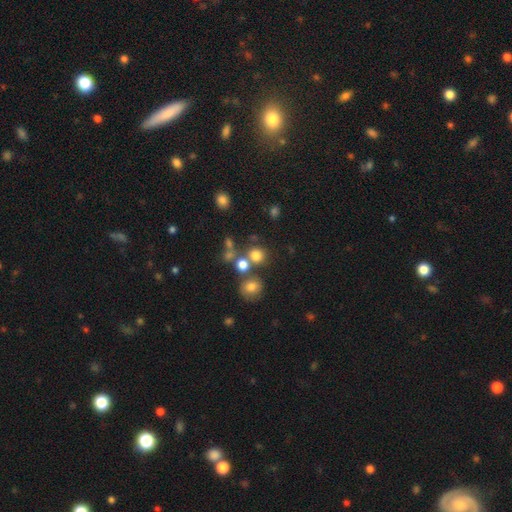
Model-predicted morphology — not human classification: Overall: smooth (75%). How rounded: round (87%). Merging: none (62%; merger 24%).